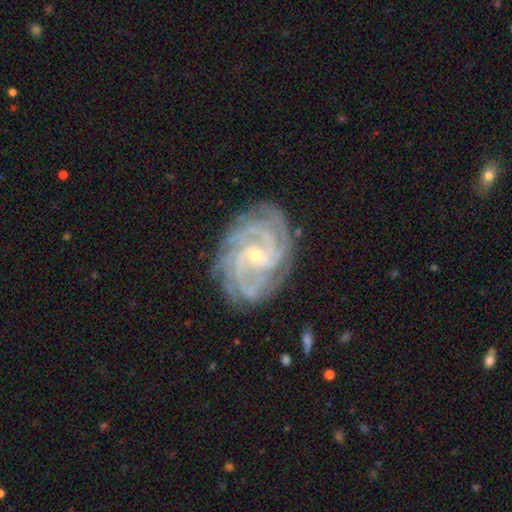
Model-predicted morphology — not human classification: A featured or disk galaxy (91%) with no bar (59%), 4 (31%) tight (72%) spiral arms (98%) and a small central bulge (73%).

Vote fractions:
- Smooth or featured? featured or disk: 91% / star or artifact: 5% / smooth: 4%
- Edge-on disk? no: 97% / yes: 3%
- Bar? no: 59% / weak: 31% / strong: 10%
- Spiral arms? yes: 98% / no: 2%
- Spiral winding? tight: 72% / medium: 25% / loose: 4%
- Spiral arm count? 4: 31% / 3: 20% / can't tell: 16% / more than 4: 15% / 2: 12% / 1: 7%
- Bulge size? small: 73% / moderate: 25% / large: 1% / none: 1% / dominant: 1%
- Merging? none: 79% / minor disturbance: 15% / major disturbance: 5% / merger: 1%